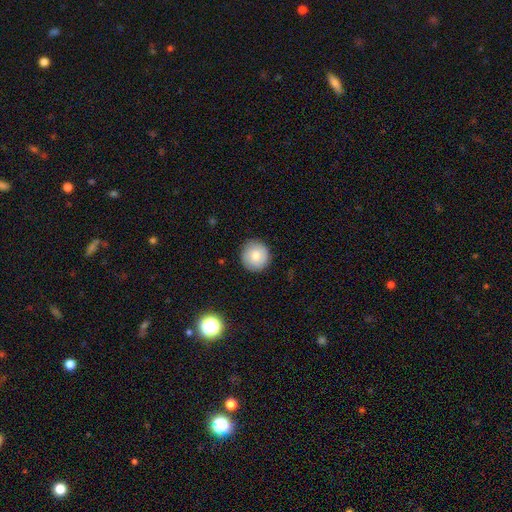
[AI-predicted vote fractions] smooth 78%, featured or disk 14%, star or artifact 8%. Down the decision tree: how rounded — round (94%); merging — none (89%).